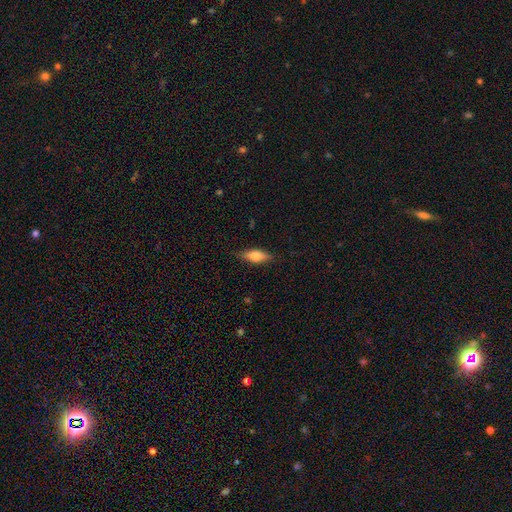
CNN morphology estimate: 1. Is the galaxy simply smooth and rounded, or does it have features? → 62% smooth, 31% featured or disk, 7% star or artifact.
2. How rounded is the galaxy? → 66% in between, 31% cigar-shaped, 4% round.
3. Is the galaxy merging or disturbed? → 83% none, 13% minor disturbance, 3% major disturbance, 1% merger.